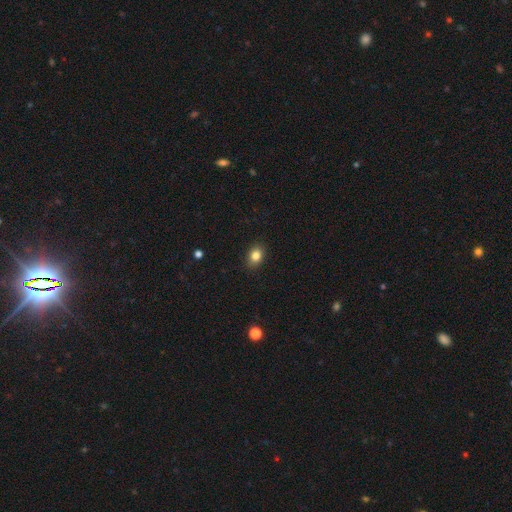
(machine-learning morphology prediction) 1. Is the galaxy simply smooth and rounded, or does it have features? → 84% smooth, 10% star or artifact, 6% featured or disk.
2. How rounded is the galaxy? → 66% in between, 32% round, 1% cigar-shaped.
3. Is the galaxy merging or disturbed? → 88% none, 9% minor disturbance, 2% major disturbance, 1% merger.